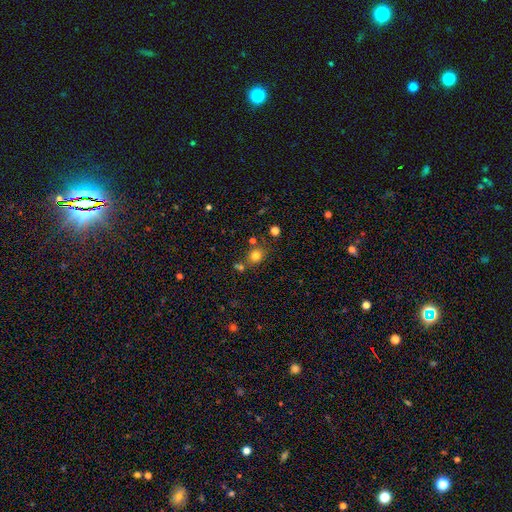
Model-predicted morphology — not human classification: A smooth galaxy with no disk features (78%) that is round (78%). Merging: none (70%).